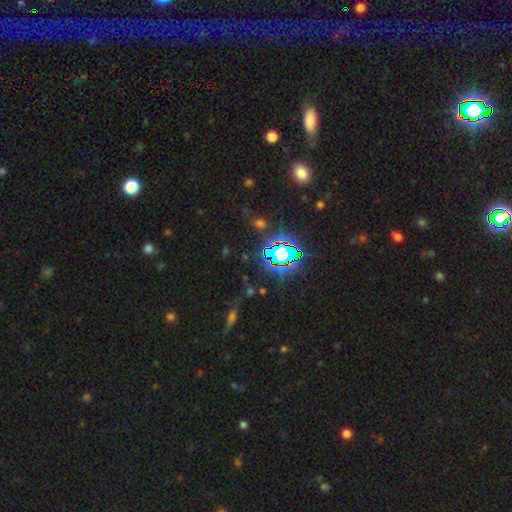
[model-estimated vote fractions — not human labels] smooth_or_featured: star or artifact (p=0.76) [alt: smooth p=0.14]